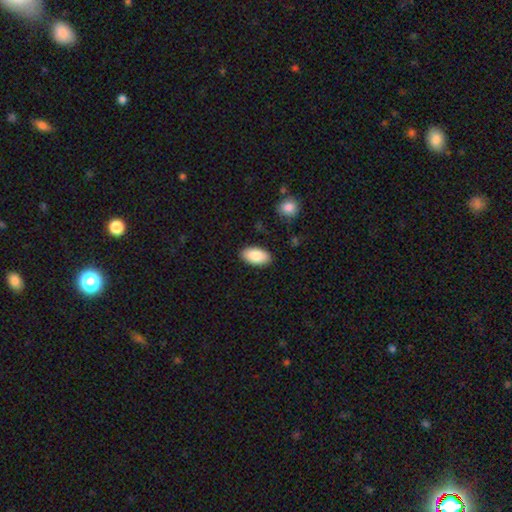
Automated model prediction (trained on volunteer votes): smooth-or-featured: smooth: 87% | featured or disk: 6% | star or artifact: 6%
  how-rounded: in between: 95% | round: 3% | cigar-shaped: 2%
  merging: none: 88% | minor disturbance: 8% | major disturbance: 2% | merger: 1%